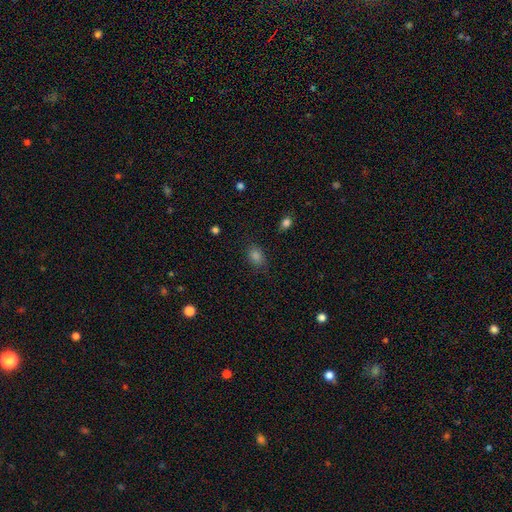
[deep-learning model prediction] Overall: smooth (79%). How rounded: in between (69%; round 30%). Merging: none (82%).